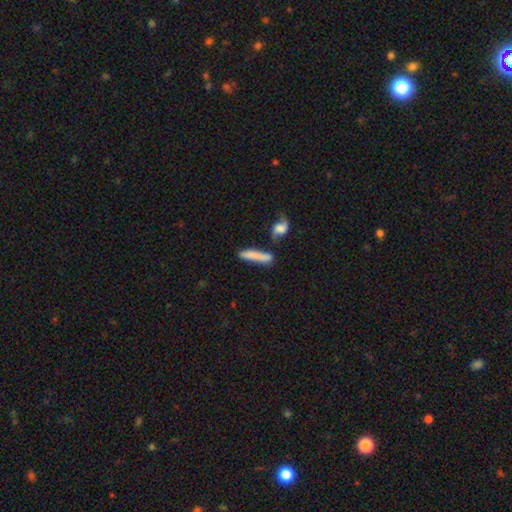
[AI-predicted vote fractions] smooth 73%, featured or disk 20%, star or artifact 8%. Down the decision tree: how rounded — cigar-shaped (81%); merging — none (57%).